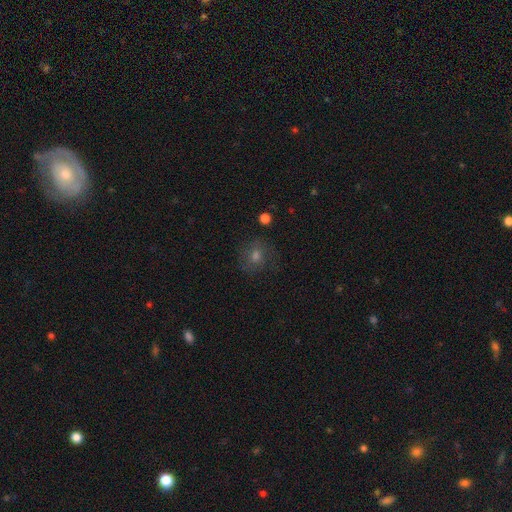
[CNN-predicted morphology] Smooth or featured? Predicted: smooth (p=0.56). How rounded? Predicted: round (p=0.81). Merging? Predicted: none (p=0.77).